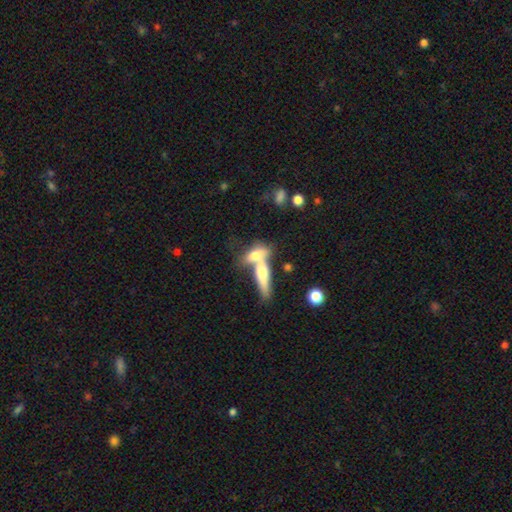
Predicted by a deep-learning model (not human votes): The model was most divided on "how rounded": in between: 53%, cigar-shaped: 41%, round: 5%. More confident: merging — merger (63%); smooth or featured — smooth (60%).